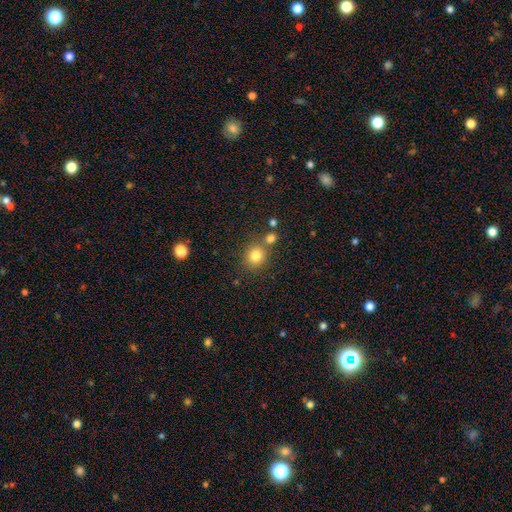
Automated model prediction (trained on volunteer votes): Smooth or featured? smooth (81%)
How rounded? round (85%)
Merging? none (70%)